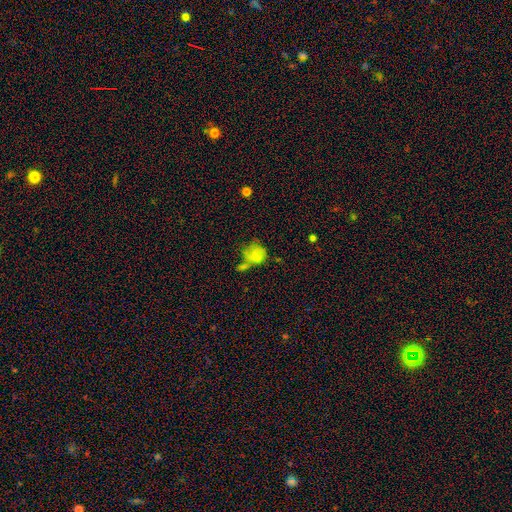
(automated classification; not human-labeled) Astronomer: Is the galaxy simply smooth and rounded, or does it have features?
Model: smooth — 64%.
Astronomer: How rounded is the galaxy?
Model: round — 57% (runner-up: in between, 41%).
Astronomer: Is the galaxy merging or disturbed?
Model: none — 29%, tied with merger at 29%.